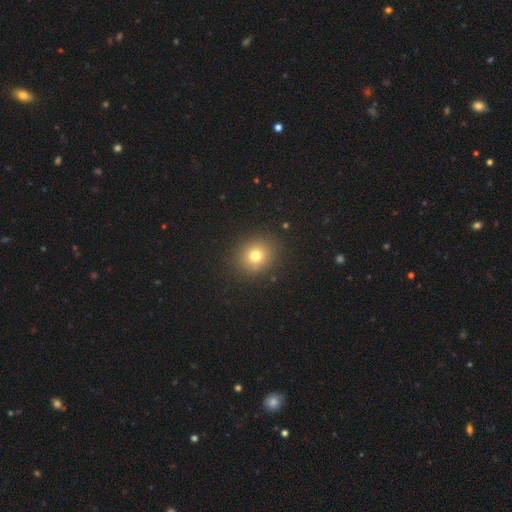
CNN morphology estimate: smooth-or-featured: smooth: 75% | star or artifact: 15% | featured or disk: 9%
  how-rounded: round: 78% | in between: 21% | cigar-shaped: 1%
  merging: none: 89% | minor disturbance: 7% | major disturbance: 3% | merger: 1%